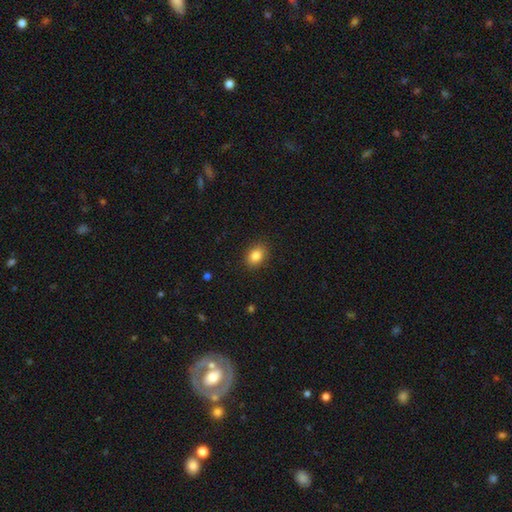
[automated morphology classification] smooth 85%, star or artifact 9%, featured or disk 6%. Down the decision tree: how rounded — in between (70%); merging — none (88%).